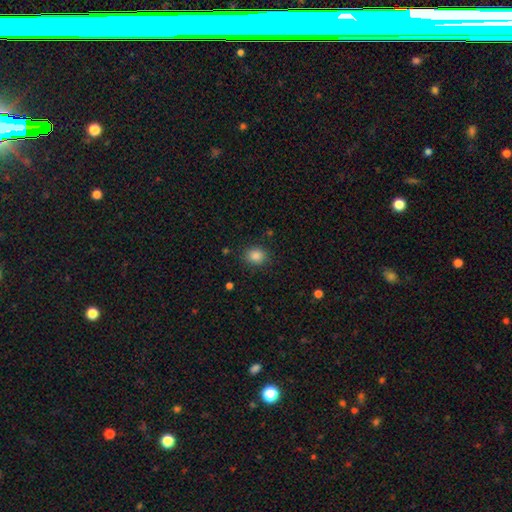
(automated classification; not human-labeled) Smooth or featured?
  - smooth: 85% *
  - star or artifact: 11%
  - featured or disk: 4%
How rounded?
  - round: 63% *
  - in between: 36%
  - cigar-shaped: 1%
Merging?
  - none: 86% *
  - minor disturbance: 9%
  - major disturbance: 3%
  - merger: 1%